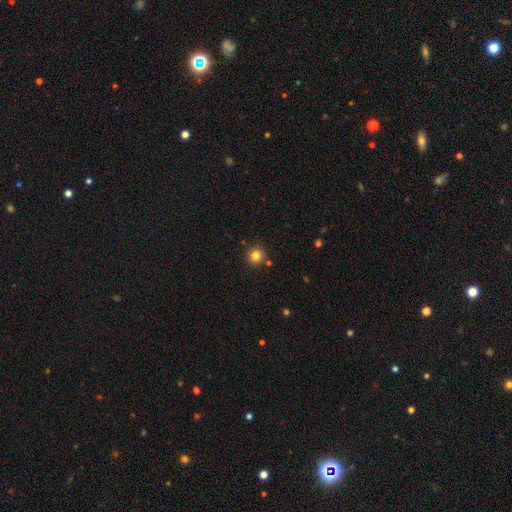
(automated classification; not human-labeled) Smooth or featured? smooth (82%)
How rounded? round (94%)
Merging? none (88%)